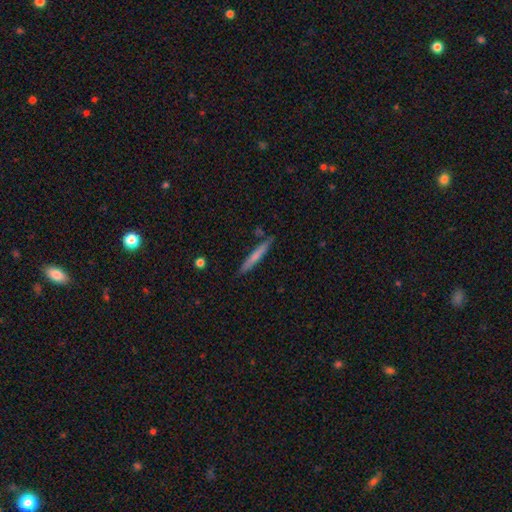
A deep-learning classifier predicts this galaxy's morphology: smooth_or_featured: smooth (p=0.63) [alt: featured or disk p=0.31]
how_rounded: cigar-shaped (p=0.96) [alt: in between p=0.03]
merging: none (p=0.86) [alt: minor disturbance p=0.10]